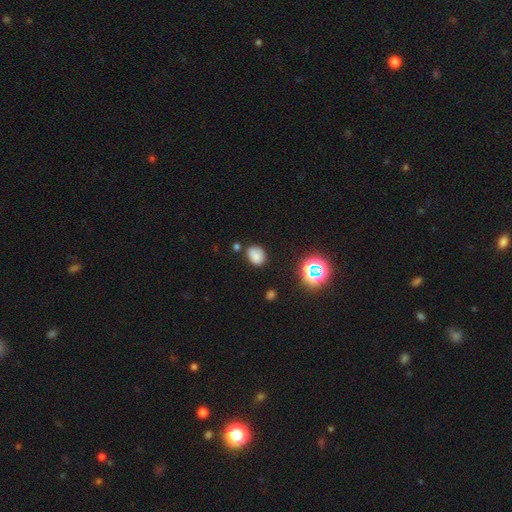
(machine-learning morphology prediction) Smooth or featured? smooth (78%)
How rounded? in between (57%)
Merging? none (73%)